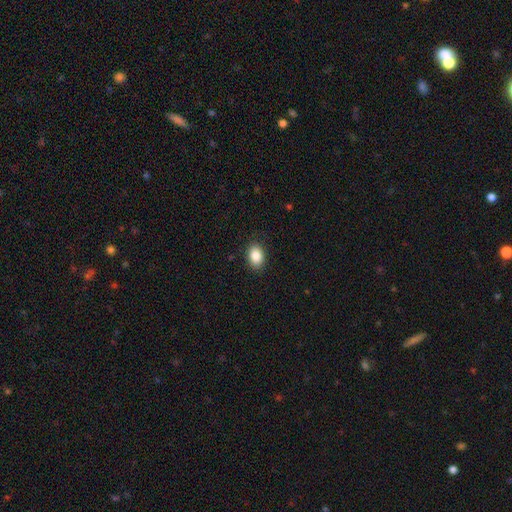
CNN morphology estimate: Smooth or featured?
  - smooth: 87% *
  - star or artifact: 8%
  - featured or disk: 4%
How rounded?
  - in between: 79% *
  - round: 20%
  - cigar-shaped: 1%
Merging?
  - none: 88% *
  - minor disturbance: 9%
  - major disturbance: 2%
  - merger: 1%